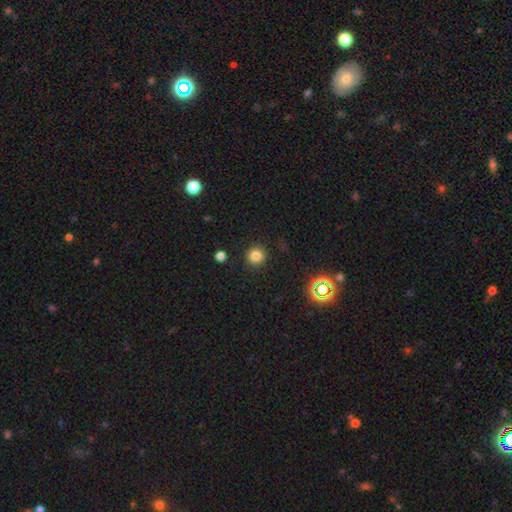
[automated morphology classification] Q: Smooth or featured?
A: smooth (80%); runner-up: star or artifact (14%)
Q: How rounded?
A: round (93%); runner-up: in between (6%)
Q: Merging?
A: none (91%); runner-up: minor disturbance (6%)